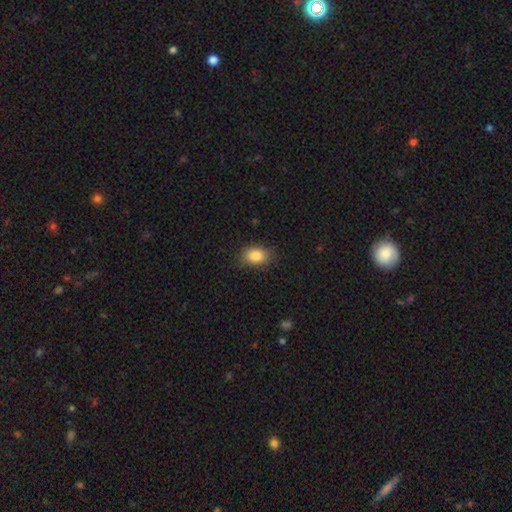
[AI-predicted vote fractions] A smooth galaxy with no disk features (85%) that is in between round and cigar-shaped (74%). Merging: none (82%).